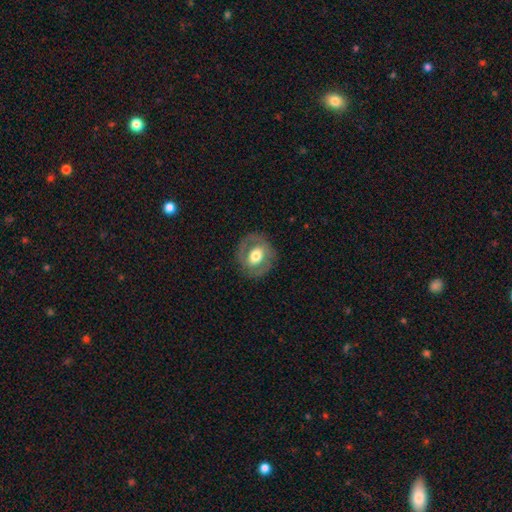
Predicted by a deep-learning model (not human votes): Smooth or featured? Predicted: featured or disk (p=0.54). Edge-on disk? Predicted: no (p=0.95). Bar? Predicted: no (p=0.52). Spiral arms? Predicted: no (p=0.60). Bulge size? Predicted: moderate (p=0.59). Merging? Predicted: none (p=0.78).